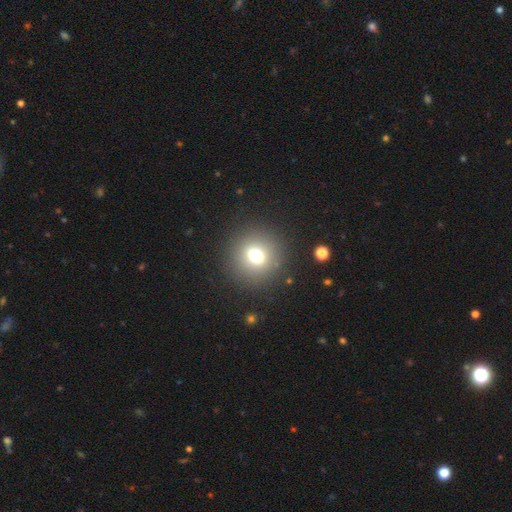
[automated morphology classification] smooth-or-featured: smooth: 70% | star or artifact: 17% | featured or disk: 12%
  how-rounded: round: 89% | in between: 10% | cigar-shaped: 1%
  merging: none: 87% | minor disturbance: 7% | major disturbance: 4% | merger: 2%